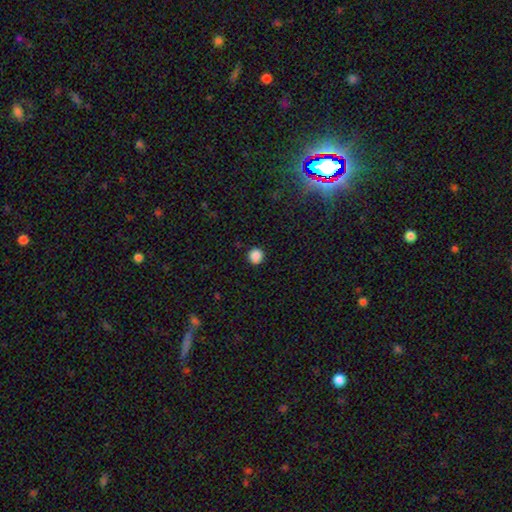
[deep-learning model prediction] Smooth or featured? Predicted: smooth (p=0.87). How rounded? Predicted: round (p=0.95). Merging? Predicted: none (p=0.91).